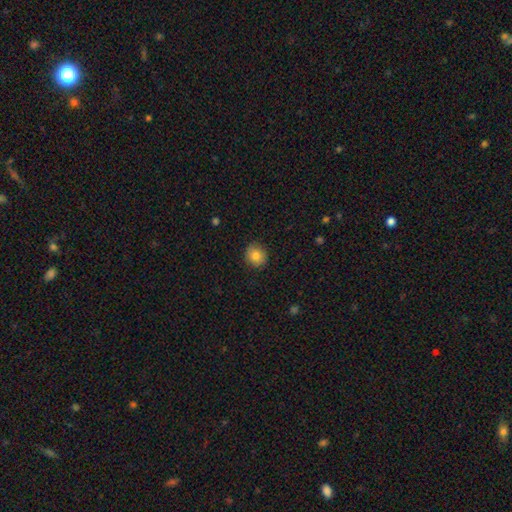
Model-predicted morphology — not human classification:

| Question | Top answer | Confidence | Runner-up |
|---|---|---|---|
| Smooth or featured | smooth | 82% | star or artifact (9%) |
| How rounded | round | 86% | in between (13%) |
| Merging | none | 88% | minor disturbance (9%) |